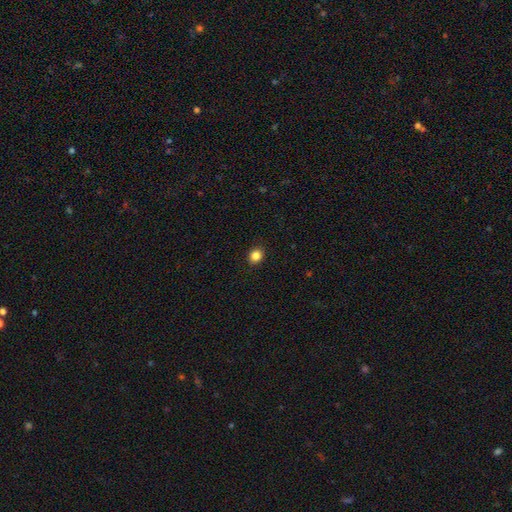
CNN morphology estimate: Smooth or featured?
  - smooth: 85% *
  - star or artifact: 11%
  - featured or disk: 4%
How rounded?
  - round: 71% *
  - in between: 28%
  - cigar-shaped: 1%
Merging?
  - none: 91% *
  - minor disturbance: 6%
  - major disturbance: 2%
  - merger: 1%